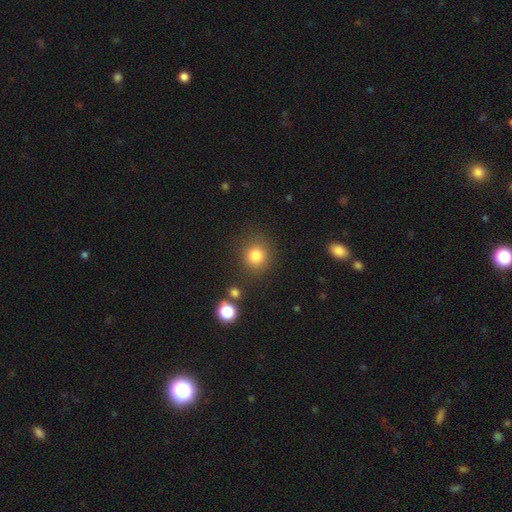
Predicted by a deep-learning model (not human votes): The model was most divided on "smooth or featured": smooth: 82%, star or artifact: 12%, featured or disk: 6%. More confident: how rounded — round (88%); merging — none (83%).